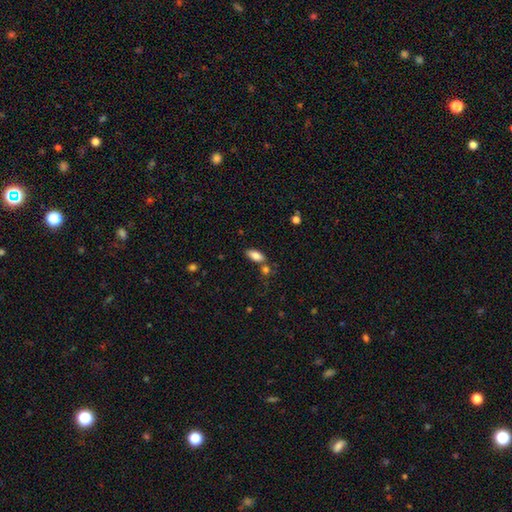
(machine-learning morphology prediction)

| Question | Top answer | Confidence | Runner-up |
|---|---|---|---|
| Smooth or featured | smooth | 82% | featured or disk (10%) |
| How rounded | in between | 85% | cigar-shaped (12%) |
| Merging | none | 71% | minor disturbance (13%) |